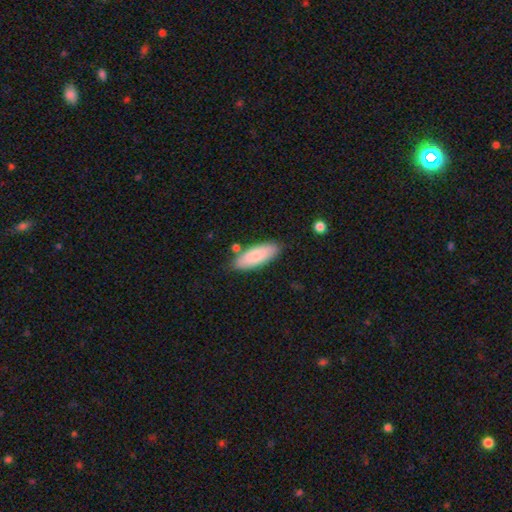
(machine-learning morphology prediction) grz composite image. It shows a smooth galaxy with no disk features (82%) that is in between round and cigar-shaped (71%). Merging: none (80%).